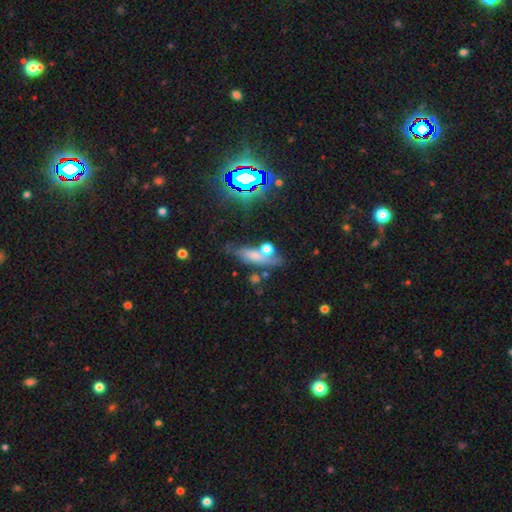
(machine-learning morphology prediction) This is possibly a smooth galaxy (58%). How rounded: possibly in between (49%). Merging: possibly none (51%).